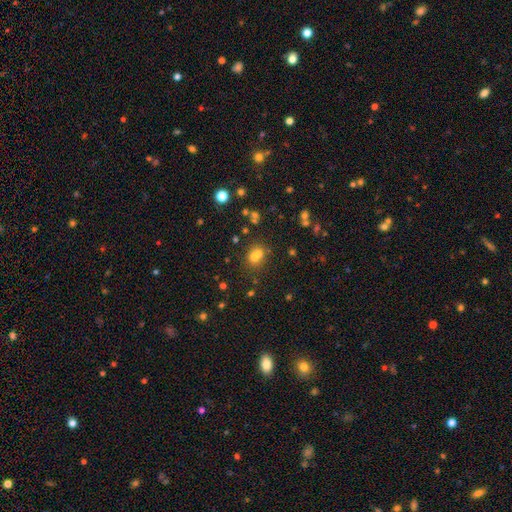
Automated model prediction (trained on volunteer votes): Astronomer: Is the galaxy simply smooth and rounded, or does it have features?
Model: smooth — 64%.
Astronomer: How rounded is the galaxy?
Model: round — 49%, tied with in between at 49%.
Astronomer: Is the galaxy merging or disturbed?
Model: none — 48% (runner-up: merger, 37%).